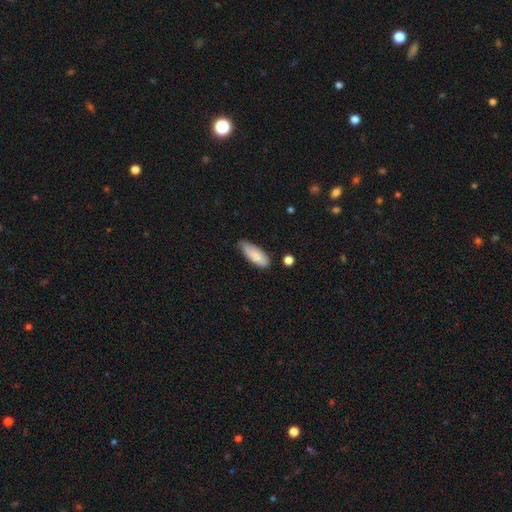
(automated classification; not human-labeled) A smooth galaxy with no disk features (86%) that is in between round and cigar-shaped (73%).

Vote fractions:
- Smooth or featured? smooth: 86% / featured or disk: 8% / star or artifact: 6%
- How rounded? in between: 73% / cigar-shaped: 26% / round: 2%
- Merging? none: 69% / minor disturbance: 25% / major disturbance: 3% / merger: 3%